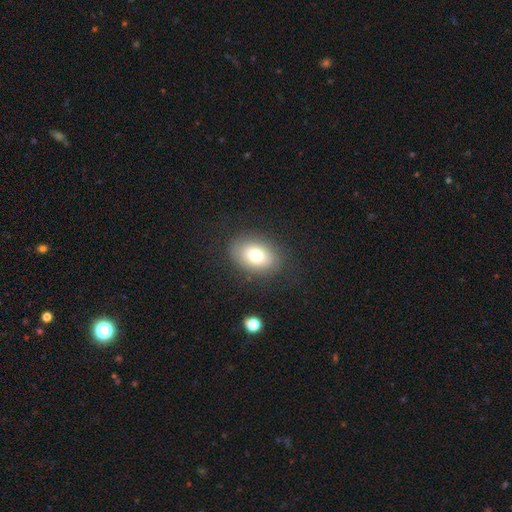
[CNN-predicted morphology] smooth 72%, featured or disk 18%, star or artifact 10%. Down the decision tree: how rounded — in between (78%); merging — none (81%).